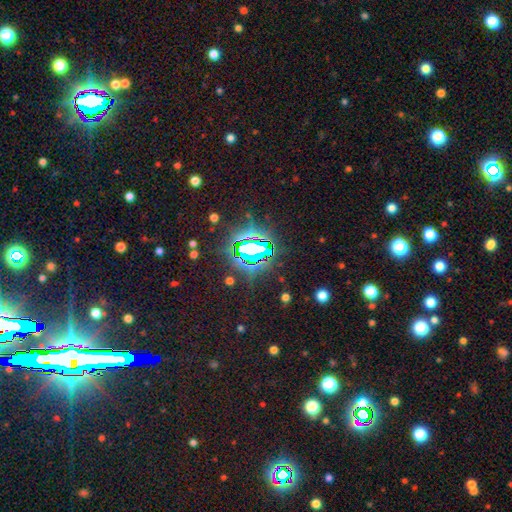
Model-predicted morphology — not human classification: smooth-or-featured: star or artifact: 78% | smooth: 12% | featured or disk: 10%